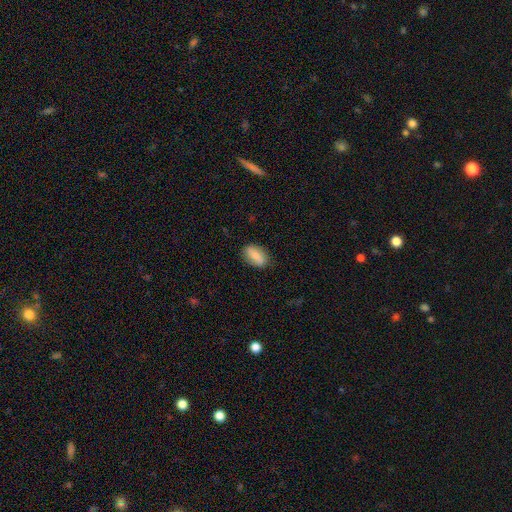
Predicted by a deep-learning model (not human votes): Morphology: type=smooth (77%); roundness=in between (89%); merging=none (83%).